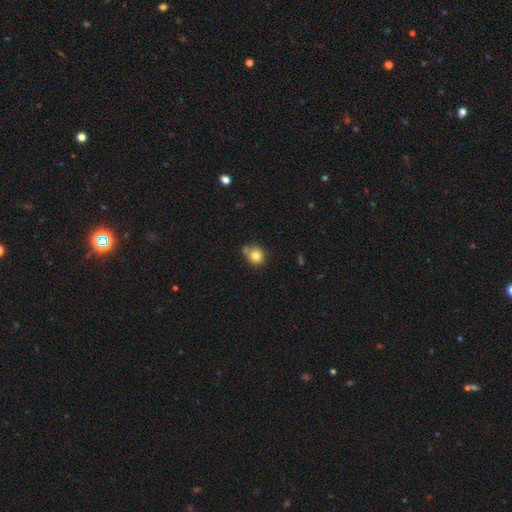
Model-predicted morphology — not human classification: A smooth galaxy with no disk features (79%) that is round (84%). Merging: none (60%).